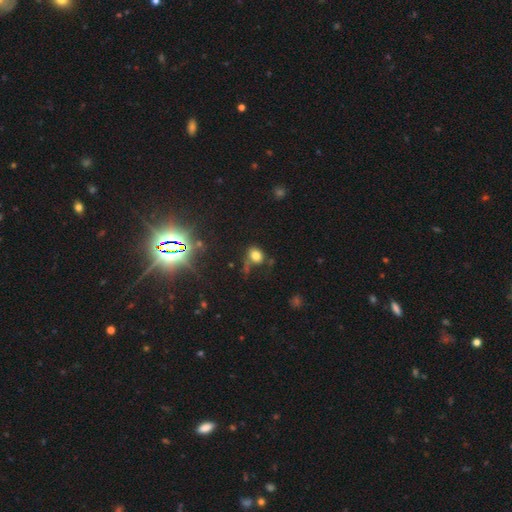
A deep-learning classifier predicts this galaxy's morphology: A smooth galaxy with no disk features (73%) that is round (52%). Merging: none (50%).